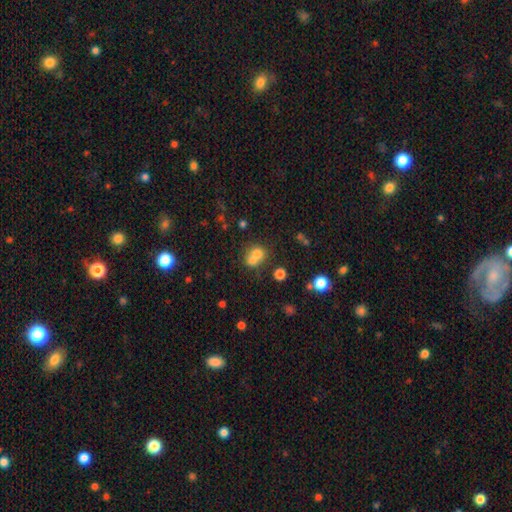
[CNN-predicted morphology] type=smooth (70%); roundness=round (75%); merging=merger (57%).